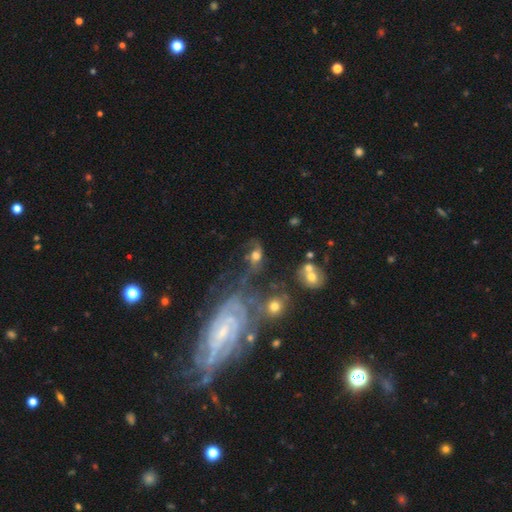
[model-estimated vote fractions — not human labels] Overall: featured or disk (46%; smooth 41%). Merging: none (36%; major disturbance 27%).